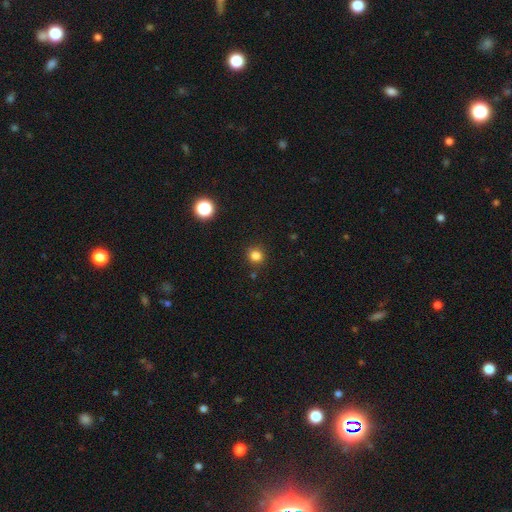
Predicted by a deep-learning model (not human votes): Smooth or featured?
  - smooth: 82% *
  - star or artifact: 14%
  - featured or disk: 4%
How rounded?
  - round: 89% *
  - in between: 10%
  - cigar-shaped: 1%
Merging?
  - none: 88% *
  - minor disturbance: 8%
  - major disturbance: 2%
  - merger: 2%